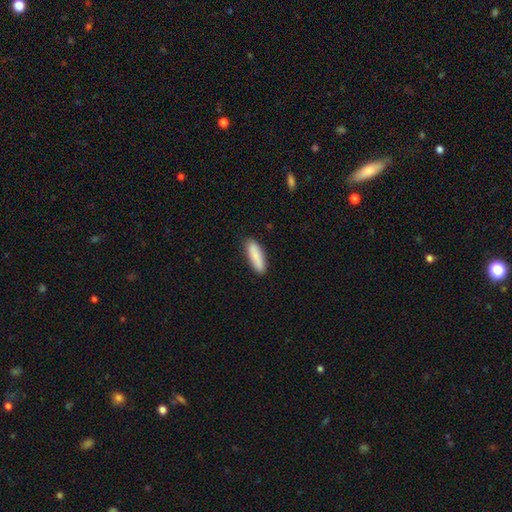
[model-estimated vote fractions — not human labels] Smooth or featured? Predicted: smooth (p=0.87). How rounded? Predicted: cigar-shaped (p=0.53). Merging? Predicted: none (p=0.86).